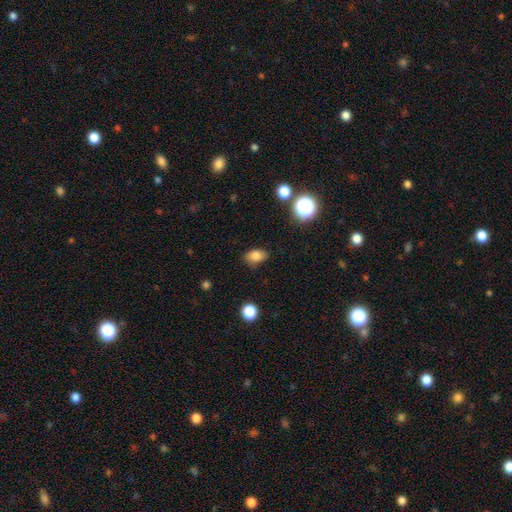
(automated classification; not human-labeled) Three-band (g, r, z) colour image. It shows a smooth galaxy with no disk features (81%) that is in between round and cigar-shaped (84%). Merging: none (80%).